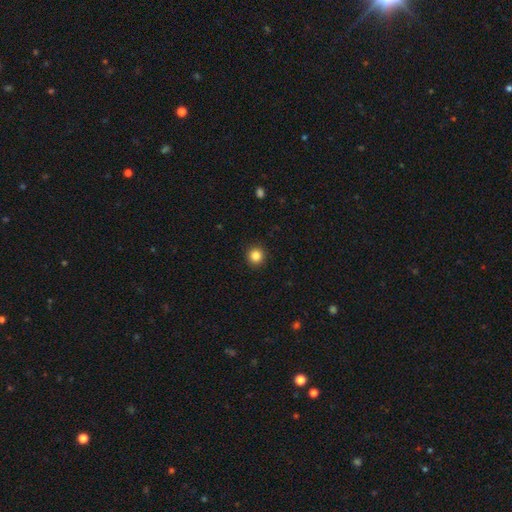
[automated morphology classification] smooth-or-featured: smooth: 85% | star or artifact: 11% | featured or disk: 4%
  how-rounded: round: 94% | in between: 5% | cigar-shaped: 1%
  merging: none: 93% | minor disturbance: 5% | major disturbance: 2% | merger: 1%